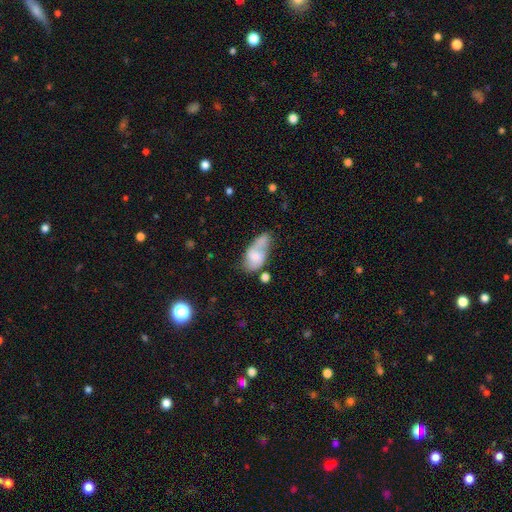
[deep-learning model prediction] Smooth or featured? Predicted: smooth (p=0.48). Merging? Predicted: none (p=0.28).